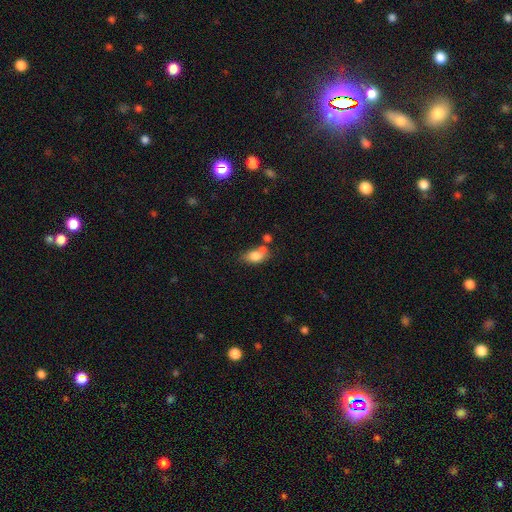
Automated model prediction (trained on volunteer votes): This is likely a smooth galaxy (79%). How rounded: clearly in between (85%). Merging: marginally none (44%).